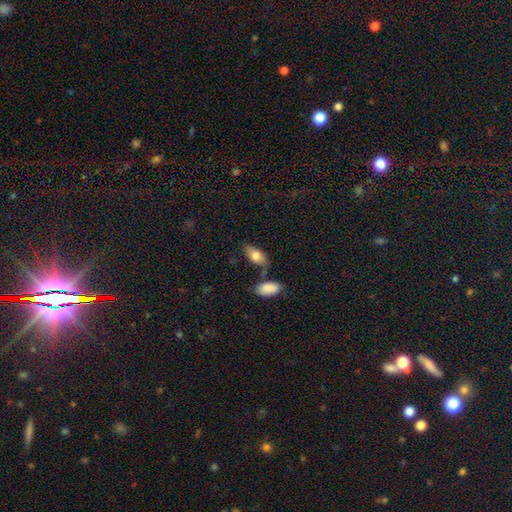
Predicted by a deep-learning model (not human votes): Overall: smooth (77%). How rounded: in between (89%). Merging: none (71%).